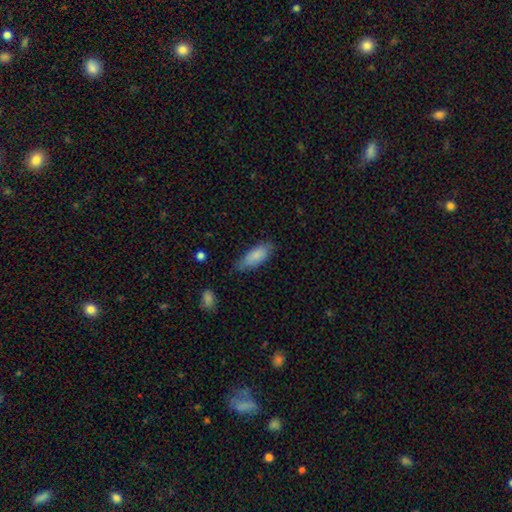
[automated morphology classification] The model was most divided on "merging": none: 69%, minor disturbance: 25%, major disturbance: 5%, merger: 2%. More confident: smooth or featured — smooth (84%); how rounded — in between (75%).